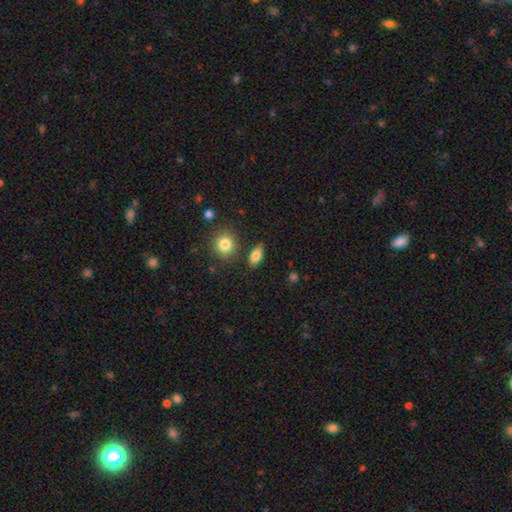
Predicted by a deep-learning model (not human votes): Morphology: type=smooth (84%); roundness=in between (84%); merging=none (82%).